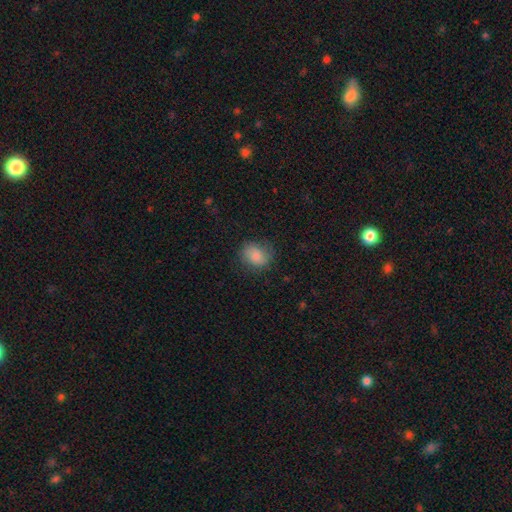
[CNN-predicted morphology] Q: Smooth or featured?
A: smooth (79%); runner-up: featured or disk (12%)
Q: How rounded?
A: round (64%); runner-up: in between (35%)
Q: Merging?
A: none (77%); runner-up: minor disturbance (17%)